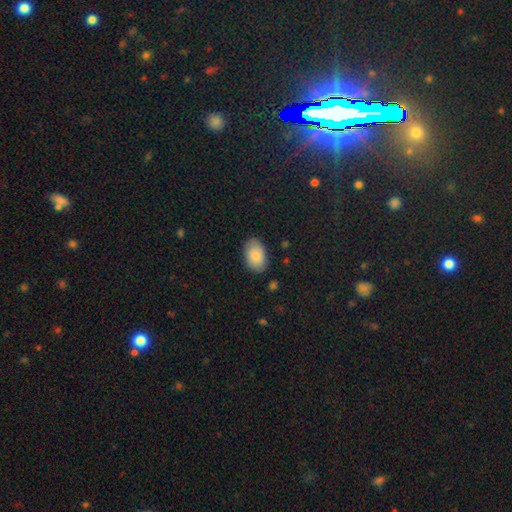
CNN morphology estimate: smooth_or_featured: smooth (p=0.85) [alt: featured or disk p=0.08]
how_rounded: in between (p=0.90) [alt: round p=0.09]
merging: none (p=0.84) [alt: minor disturbance p=0.12]